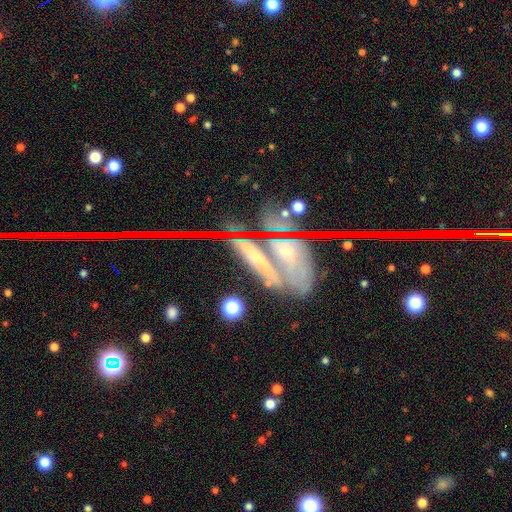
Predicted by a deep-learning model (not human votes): The model was most divided on "smooth or featured": featured or disk: 46%, star or artifact: 33%, smooth: 21%. More confident: merging — none (55%).